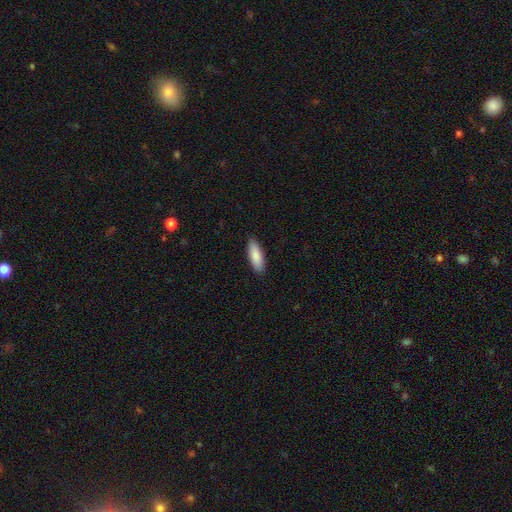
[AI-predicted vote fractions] Morphology: type=smooth (88%); roundness=in between (63%); merging=none (89%).